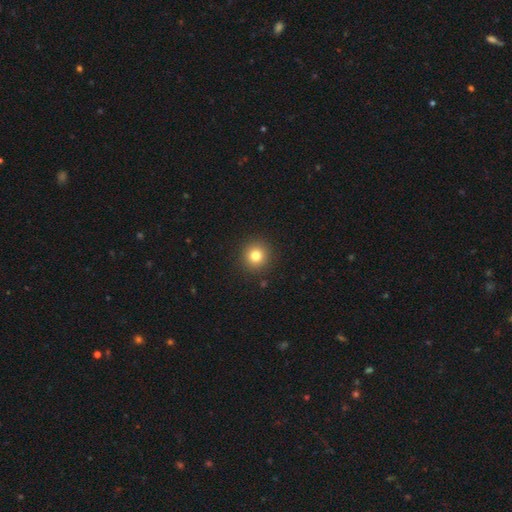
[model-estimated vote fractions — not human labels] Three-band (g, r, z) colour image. It shows a smooth galaxy with no disk features (80%) that is round (94%). Merging: none (92%).